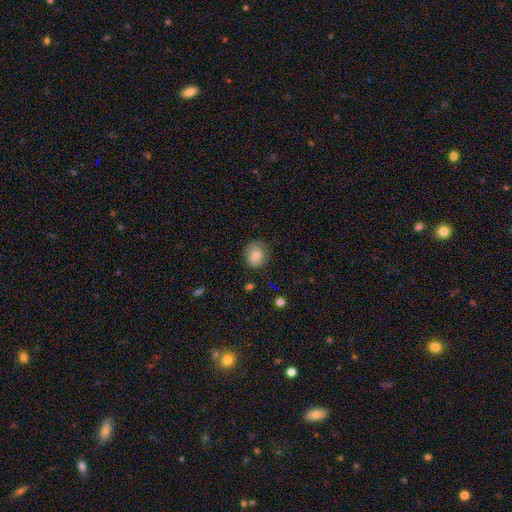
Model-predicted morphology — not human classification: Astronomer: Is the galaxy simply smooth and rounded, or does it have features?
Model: smooth — 83%.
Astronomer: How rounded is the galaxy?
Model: round — 65%.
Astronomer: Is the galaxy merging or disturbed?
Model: none — 81%.